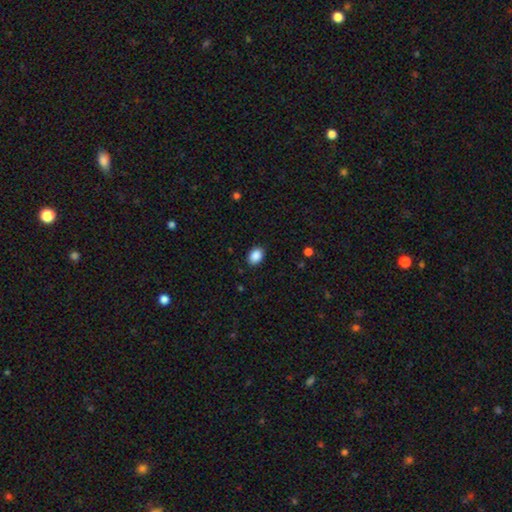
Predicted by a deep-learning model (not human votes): smooth_or_featured: smooth (p=0.89) [alt: star or artifact p=0.08]
how_rounded: in between (p=0.77) [alt: round p=0.22]
merging: none (p=0.89) [alt: minor disturbance p=0.08]